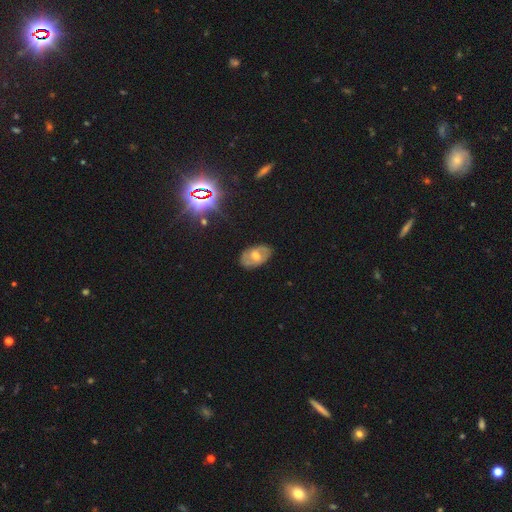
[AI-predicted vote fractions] smooth_or_featured: featured or disk (p=0.56) [alt: smooth p=0.33]
disk_edge_on: no (p=0.93) [alt: yes p=0.07]
bar: no (p=0.43) [alt: weak p=0.41]
has_spiral_arms: yes (p=0.53) [alt: no p=0.47]
bulge_size: moderate (p=0.68) [alt: small p=0.21]
merging: none (p=0.79) [alt: minor disturbance p=0.15]